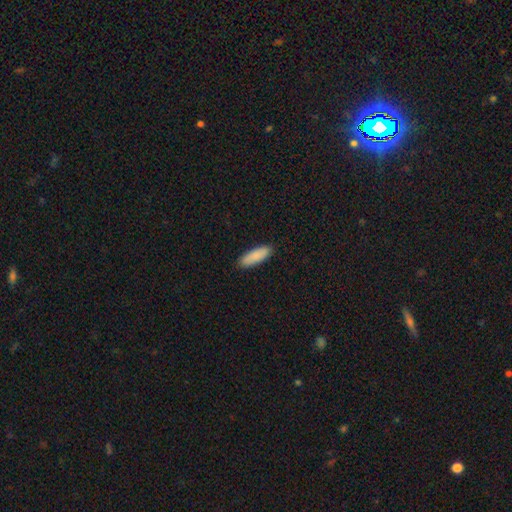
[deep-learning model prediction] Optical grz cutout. It shows a smooth galaxy with no disk features (90%) that is in between round and cigar-shaped (55%). Merging: none (90%).